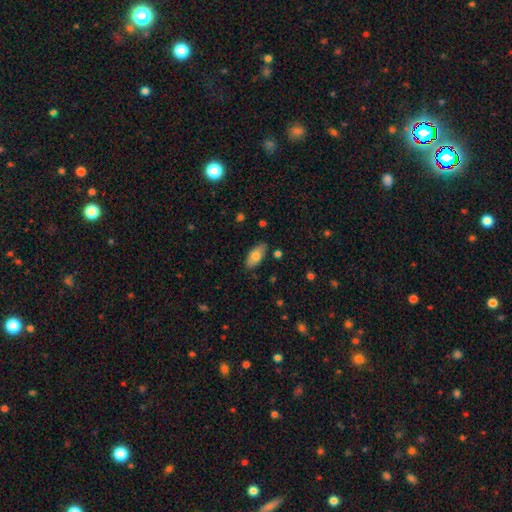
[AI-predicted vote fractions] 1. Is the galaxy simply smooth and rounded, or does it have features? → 76% smooth, 18% featured or disk, 7% star or artifact.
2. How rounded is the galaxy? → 90% in between, 8% cigar-shaped, 3% round.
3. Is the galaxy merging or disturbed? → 83% none, 13% minor disturbance, 2% major disturbance, 2% merger.